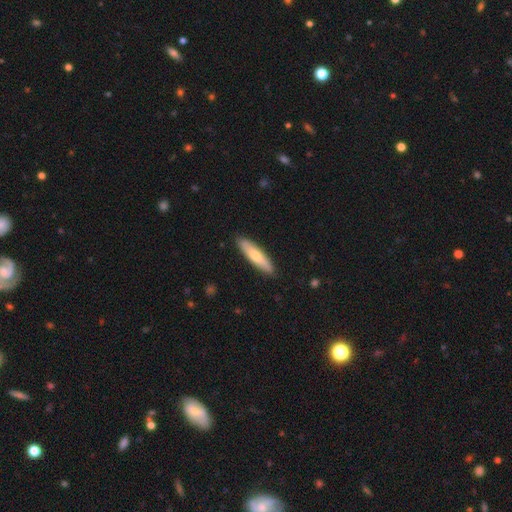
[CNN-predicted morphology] Smooth or featured? smooth (64%)
How rounded? cigar-shaped (75%)
Merging? none (90%)